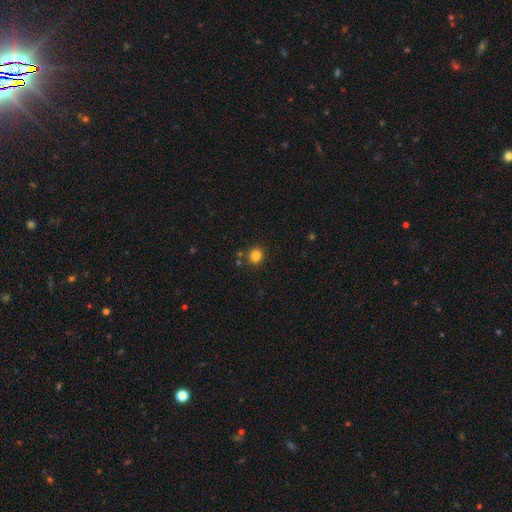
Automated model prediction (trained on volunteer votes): Smooth or featured? Predicted: smooth (p=0.84). How rounded? Predicted: round (p=0.85). Merging? Predicted: none (p=0.83).